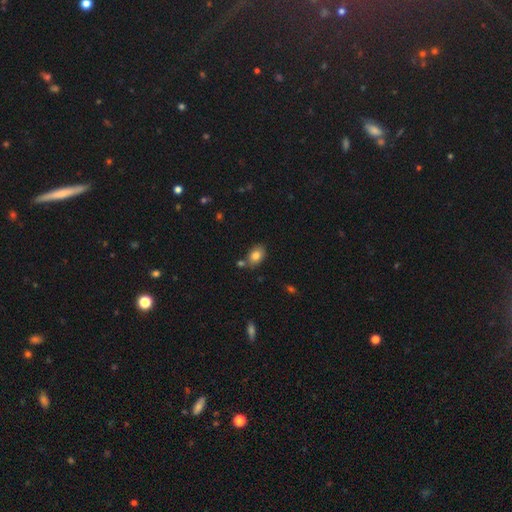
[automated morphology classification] Smooth or featured? Predicted: smooth (p=0.82). How rounded? Predicted: in between (p=0.80). Merging? Predicted: none (p=0.72).